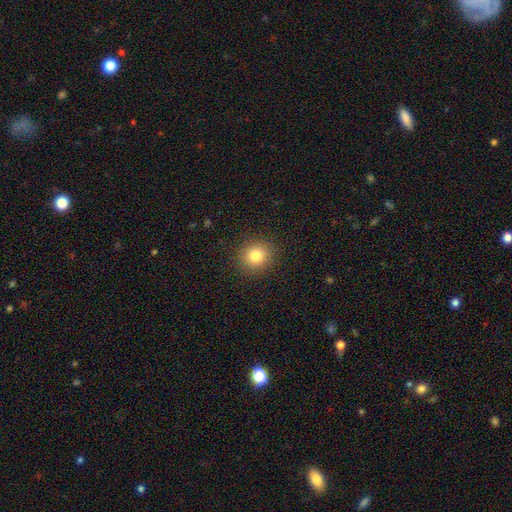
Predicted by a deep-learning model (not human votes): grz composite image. It shows a smooth galaxy with no disk features (81%) that is round (88%). Merging: none (91%).